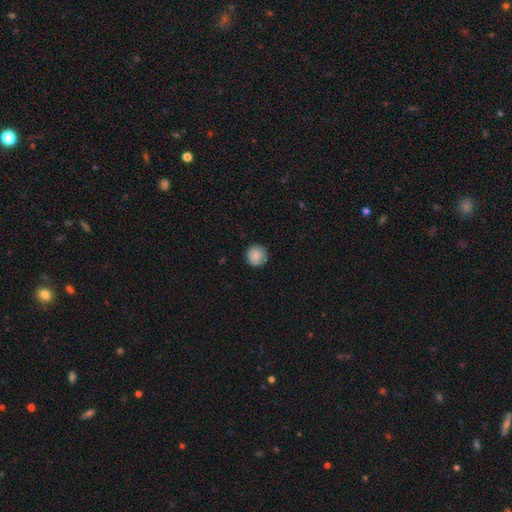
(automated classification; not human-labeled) smooth 87%, star or artifact 8%, featured or disk 5%. Down the decision tree: how rounded — round (95%); merging — none (90%).